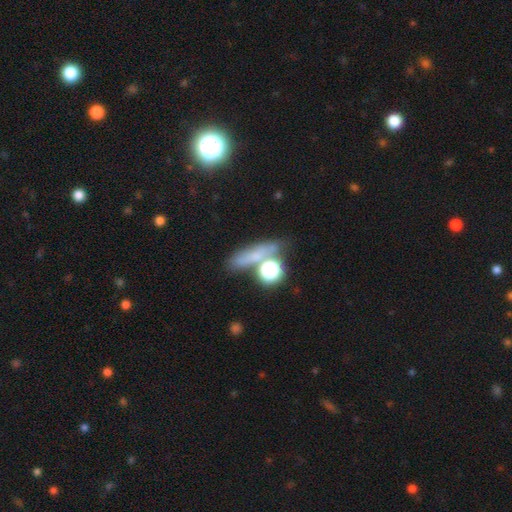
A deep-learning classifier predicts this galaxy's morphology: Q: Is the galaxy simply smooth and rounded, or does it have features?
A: smooth — 55%.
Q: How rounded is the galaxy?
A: cigar-shaped — 45%.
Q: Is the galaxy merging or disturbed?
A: none — 62%.